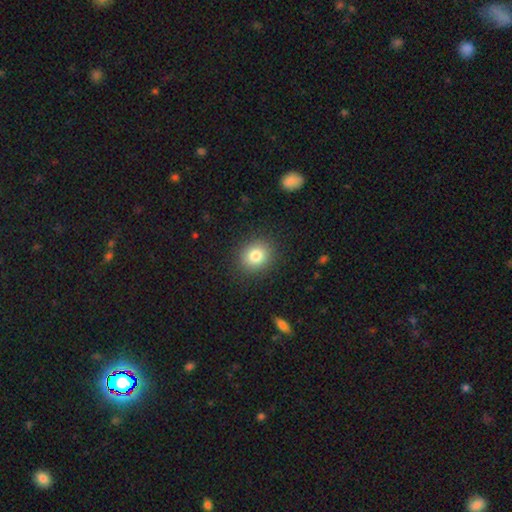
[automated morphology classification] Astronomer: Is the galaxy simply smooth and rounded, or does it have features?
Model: smooth — 82%.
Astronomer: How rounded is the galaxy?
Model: round — 73%.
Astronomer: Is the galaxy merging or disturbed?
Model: none — 89%.